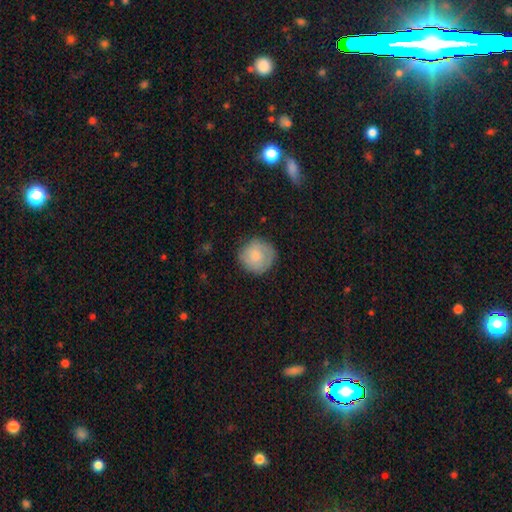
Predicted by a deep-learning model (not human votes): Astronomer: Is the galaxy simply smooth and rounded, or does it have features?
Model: smooth — 71%.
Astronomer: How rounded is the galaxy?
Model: round — 92%.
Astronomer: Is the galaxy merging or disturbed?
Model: none — 78%.